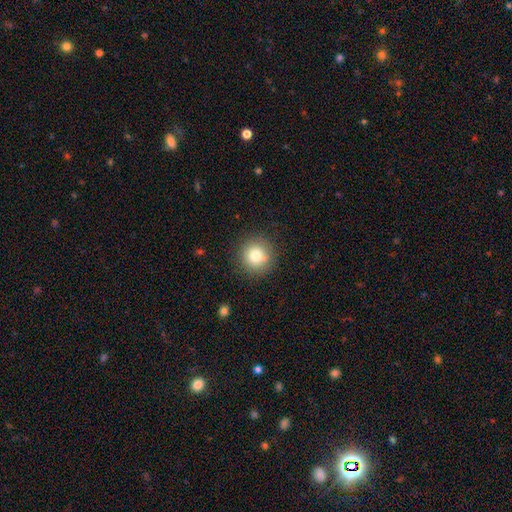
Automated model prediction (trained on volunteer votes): Morphology: type=smooth (79%); roundness=round (94%); merging=none (88%).